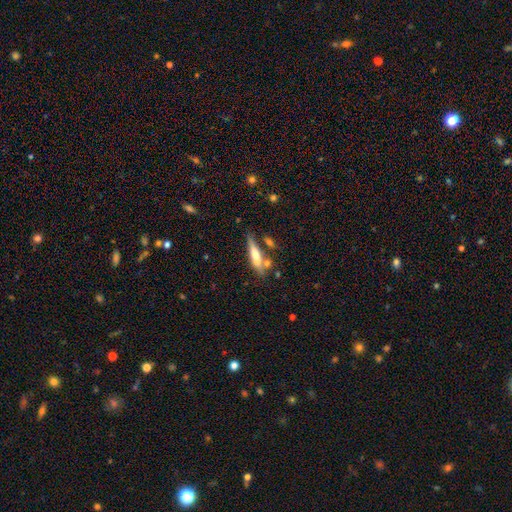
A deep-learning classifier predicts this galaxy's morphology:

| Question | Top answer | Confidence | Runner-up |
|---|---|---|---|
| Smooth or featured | smooth | 53% | featured or disk (40%) |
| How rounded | cigar-shaped | 80% | in between (18%) |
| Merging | none | 59% | minor disturbance (18%) |